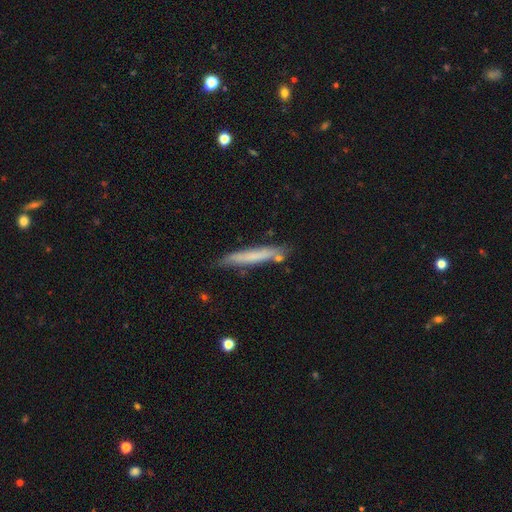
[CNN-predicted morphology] smooth 64%, featured or disk 30%, star or artifact 6%. Down the decision tree: how rounded — cigar-shaped (94%); merging — none (77%).